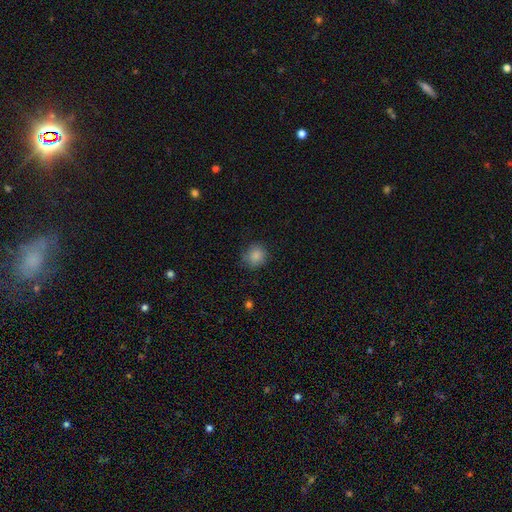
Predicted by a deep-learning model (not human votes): The model was most divided on "merging": none: 77%, minor disturbance: 18%, major disturbance: 5%, merger: 1%. More confident: smooth or featured — smooth (85%); how rounded — round (80%).